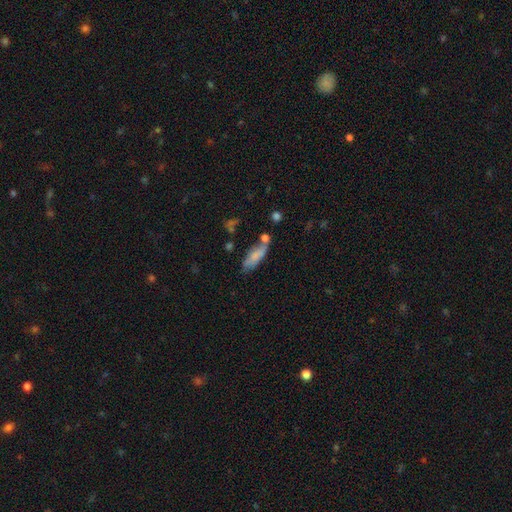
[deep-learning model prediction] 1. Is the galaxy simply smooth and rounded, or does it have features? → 71% smooth, 21% featured or disk, 7% star or artifact.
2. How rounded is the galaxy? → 57% in between, 40% cigar-shaped, 2% round.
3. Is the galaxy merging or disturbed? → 52% none, 25% minor disturbance, 15% merger, 9% major disturbance.